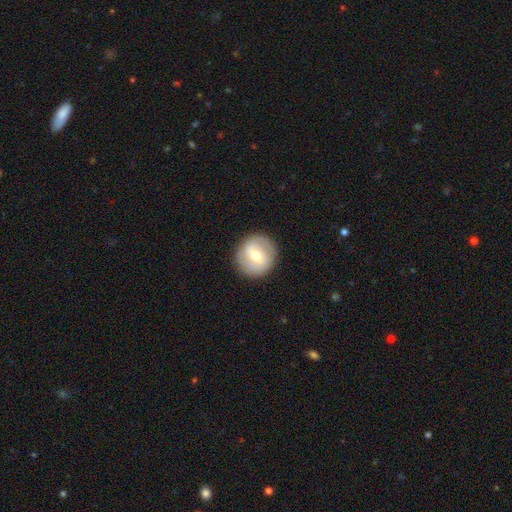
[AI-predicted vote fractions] smooth-or-featured: smooth: 49% | featured or disk: 45% | star or artifact: 6%
  merging: none: 88% | minor disturbance: 8% | major disturbance: 3% | merger: 1%